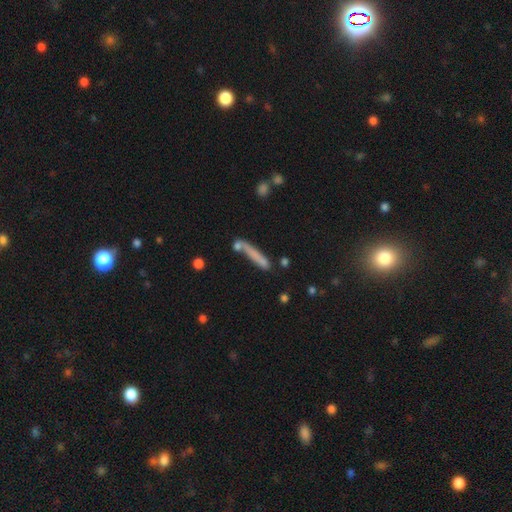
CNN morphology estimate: Smooth or featured: smooth — 68% (featured or disk — 23%)
How rounded: cigar-shaped — 92% (in between — 6%)
Merging: none — 59% (minor disturbance — 18%)